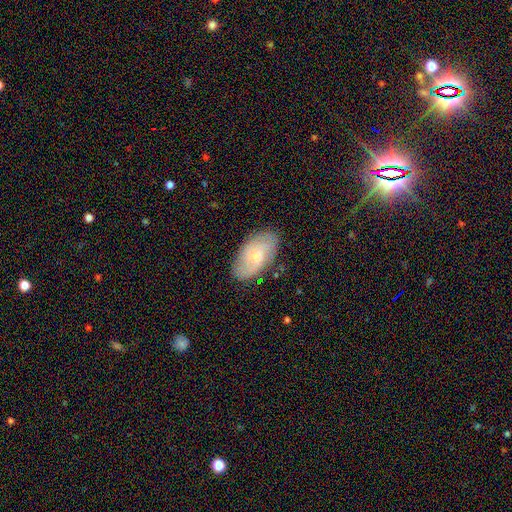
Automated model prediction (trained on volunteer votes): Q: Smooth or featured?
A: featured or disk (58%); runner-up: smooth (35%)
Q: Edge-on disk?
A: no (95%); runner-up: yes (5%)
Q: Bar?
A: no (62%); runner-up: weak (34%)
Q: Spiral arms?
A: yes (88%); runner-up: no (12%)
Q: Bulge size?
A: small (61%); runner-up: moderate (32%)
Q: Merging?
A: none (79%); runner-up: minor disturbance (16%)